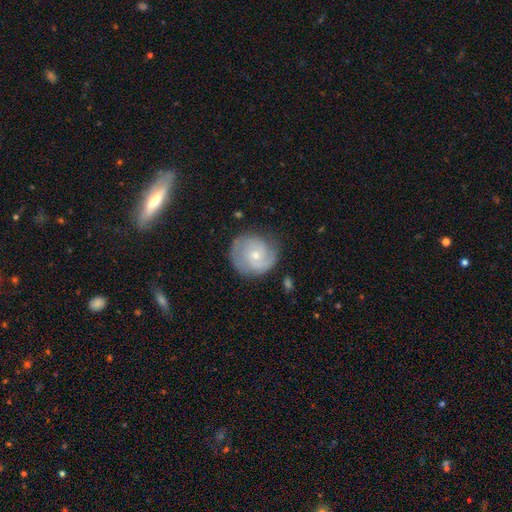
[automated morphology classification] type=featured or disk (66%); edge-on=no (98%); bar=no (72%); spiral arms=yes (90%); winding=tight (52%); arm count=2 (55%); bulge=small (60%); merging=none (76%).